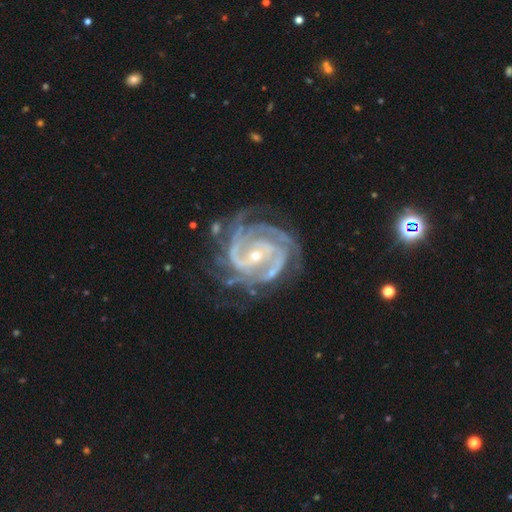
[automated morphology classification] smooth-or-featured: featured or disk: 93% | star or artifact: 5% | smooth: 2%
  disk-edge-on: no: 98% | yes: 2%
    bar: no: 36% | weak: 34% | strong: 30%
    has-spiral-arms: yes: 98% | no: 2%
      spiral-winding: tight: 65% | medium: 31% | loose: 4%
      spiral-arm-count: 3: 33% | 2: 22% | 4: 21% | can't tell: 12% | more than 4: 7% | 1: 6%
    bulge-size: small: 72% | moderate: 25% | large: 1% | none: 1% | dominant: 1%
  merging: none: 62% | minor disturbance: 21% | major disturbance: 14% | merger: 3%